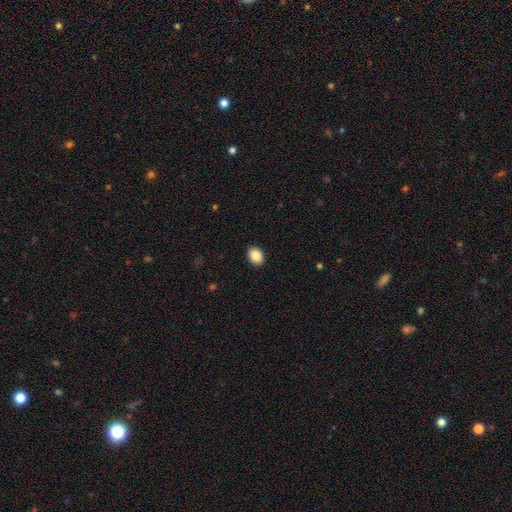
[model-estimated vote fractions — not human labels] A smooth galaxy with no disk features (87%) that is in between round and cigar-shaped (68%). Merging: none (91%).